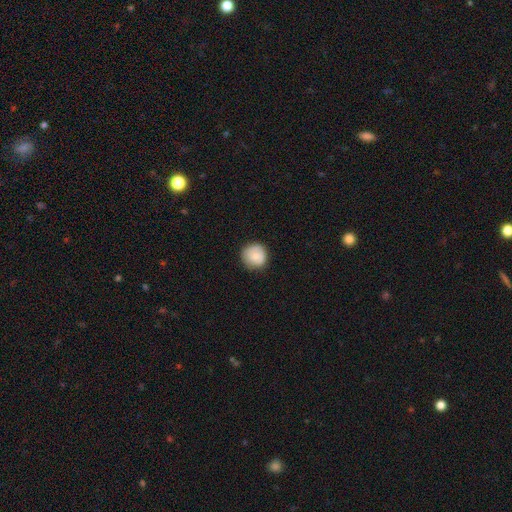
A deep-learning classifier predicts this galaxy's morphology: A smooth galaxy with no disk features (79%) that is round (93%).

Vote fractions:
- Smooth or featured? smooth: 79% / featured or disk: 14% / star or artifact: 8%
- How rounded? round: 93% / in between: 6% / cigar-shaped: 1%
- Merging? none: 83% / minor disturbance: 14% / major disturbance: 3% / merger: 1%